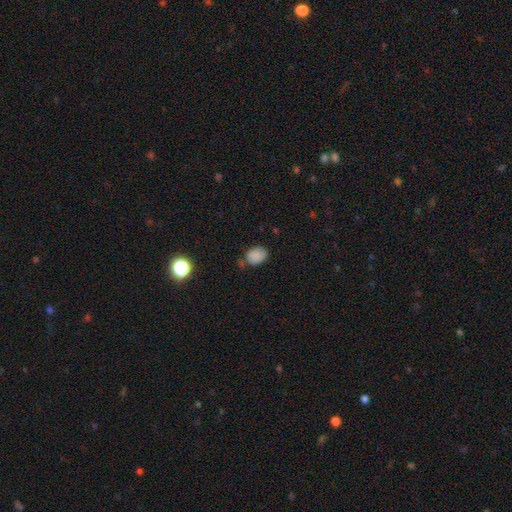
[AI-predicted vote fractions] Smooth or featured?
  - smooth: 84% *
  - star or artifact: 10%
  - featured or disk: 6%
How rounded?
  - in between: 67% *
  - round: 32%
  - cigar-shaped: 1%
Merging?
  - none: 64% *
  - minor disturbance: 25%
  - merger: 6%
  - major disturbance: 5%